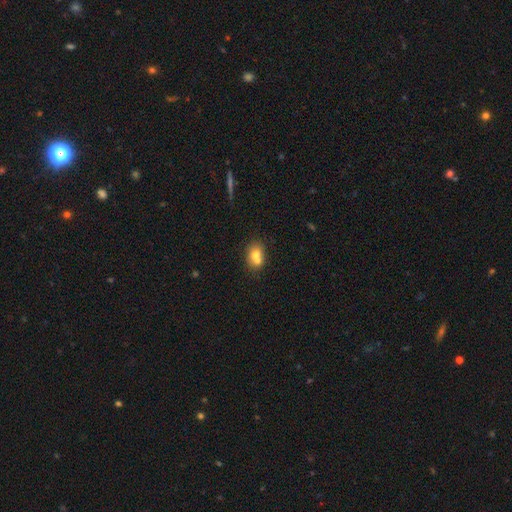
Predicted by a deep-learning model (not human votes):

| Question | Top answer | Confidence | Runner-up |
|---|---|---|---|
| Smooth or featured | smooth | 70% | featured or disk (20%) |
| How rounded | in between | 54% | round (45%) |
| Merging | merger | 49% | none (37%) |